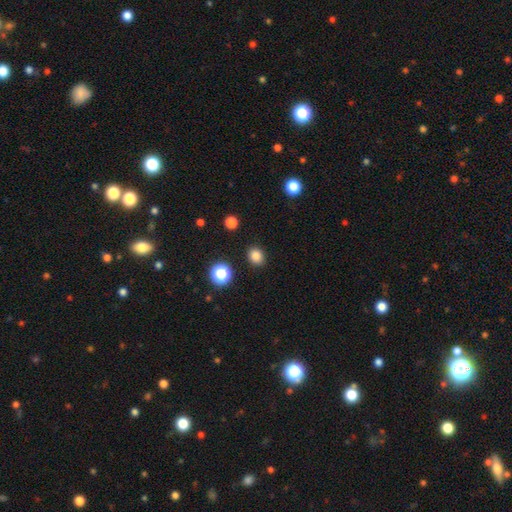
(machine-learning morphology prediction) Smooth or featured: smooth — 83% (star or artifact — 13%)
How rounded: round — 58% (in between — 41%)
Merging: none — 89% (minor disturbance — 7%)